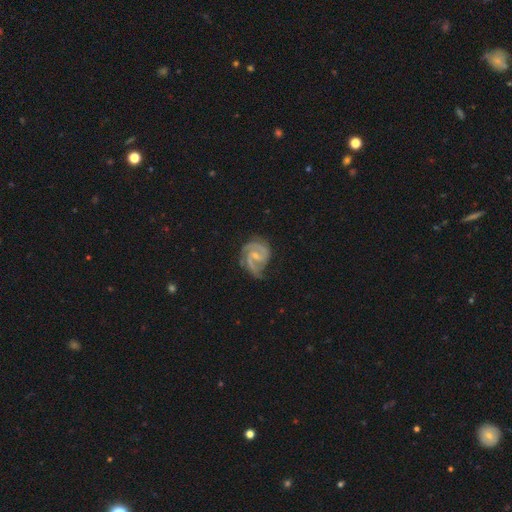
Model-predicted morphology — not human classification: This is clearly a featured or disk galaxy (90%). It is clearly not viewed edge-on (98%). Bar: possibly weak (52%). Spiral arm pattern: clearly yes (98%). Spiral arm count: likely 2 (73%). Spiral winding: possibly tight (46%, tied with medium). Central bulge: likely small (63%). Merging: likely none (65%).